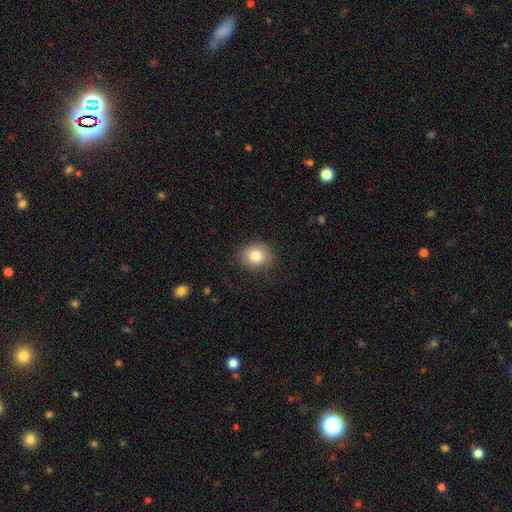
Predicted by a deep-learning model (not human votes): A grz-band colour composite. It shows a smooth galaxy with no disk features (82%) that is round (70%). Merging: none (85%).